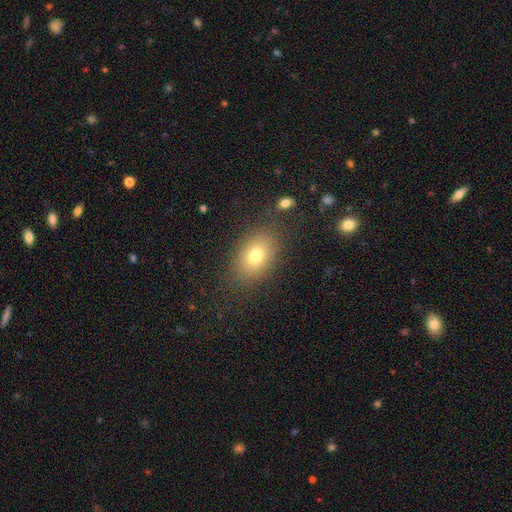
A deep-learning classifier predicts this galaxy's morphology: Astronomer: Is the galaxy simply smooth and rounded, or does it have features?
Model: smooth — 76%.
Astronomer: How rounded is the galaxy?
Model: in between — 80%.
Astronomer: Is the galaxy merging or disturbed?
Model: none — 83%.